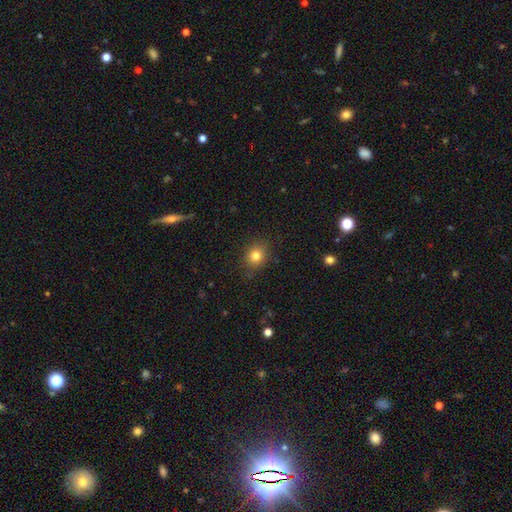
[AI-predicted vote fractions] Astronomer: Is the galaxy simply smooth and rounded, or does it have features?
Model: smooth — 81%.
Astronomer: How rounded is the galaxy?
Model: round — 71%.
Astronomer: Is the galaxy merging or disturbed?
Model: none — 87%.